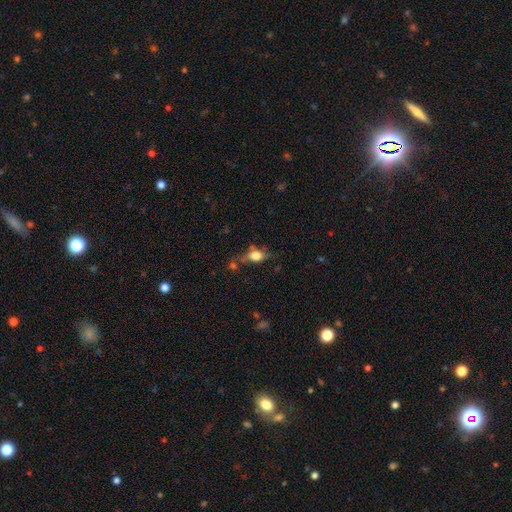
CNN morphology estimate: type=smooth (73%); roundness=in between (75%); merging=none (46%).